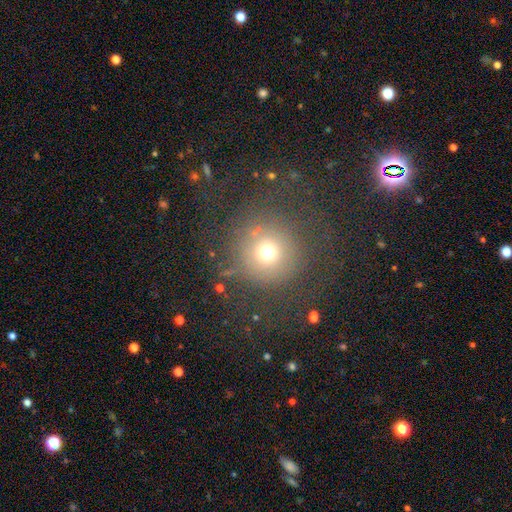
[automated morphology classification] A smooth galaxy with no disk features (56%) that is round (94%). Merging: none (80%).